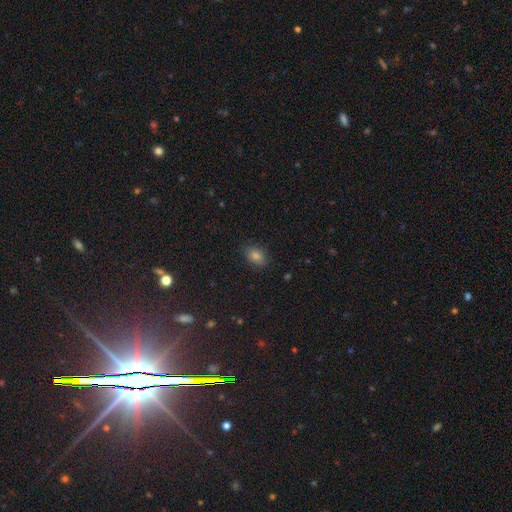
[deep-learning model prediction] Smooth or featured? smooth (72%)
How rounded? in between (74%)
Merging? none (84%)